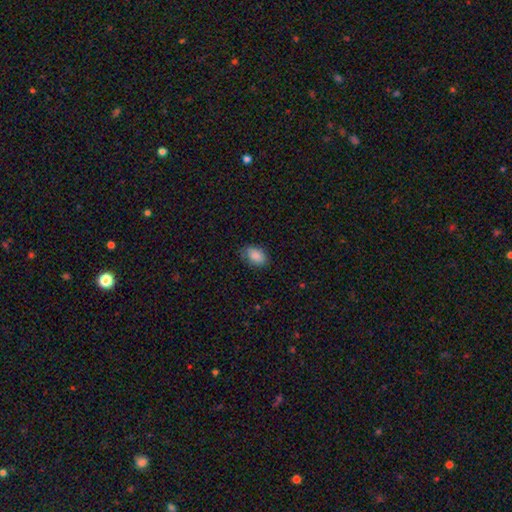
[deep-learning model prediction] Smooth or featured? Predicted: smooth (p=0.87). How rounded? Predicted: in between (p=0.90). Merging? Predicted: none (p=0.76).